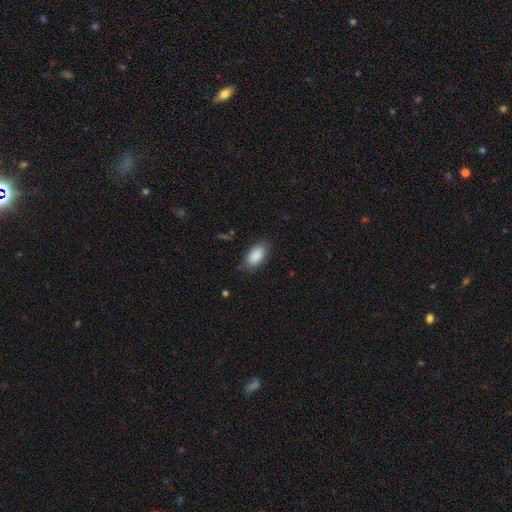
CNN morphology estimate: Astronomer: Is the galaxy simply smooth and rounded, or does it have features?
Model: smooth — 89%.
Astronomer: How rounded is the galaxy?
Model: in between — 94%.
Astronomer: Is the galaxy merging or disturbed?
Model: none — 81%.